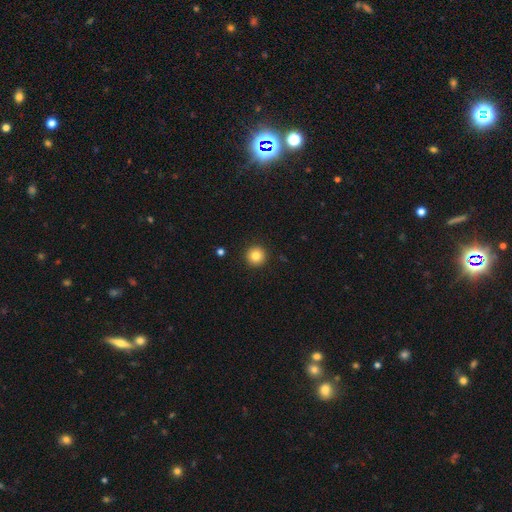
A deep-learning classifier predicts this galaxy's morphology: Smooth or featured?
  - smooth: 83% *
  - star or artifact: 10%
  - featured or disk: 7%
How rounded?
  - round: 96% *
  - in between: 3%
  - cigar-shaped: 1%
Merging?
  - none: 93% *
  - minor disturbance: 5%
  - major disturbance: 2%
  - merger: 1%